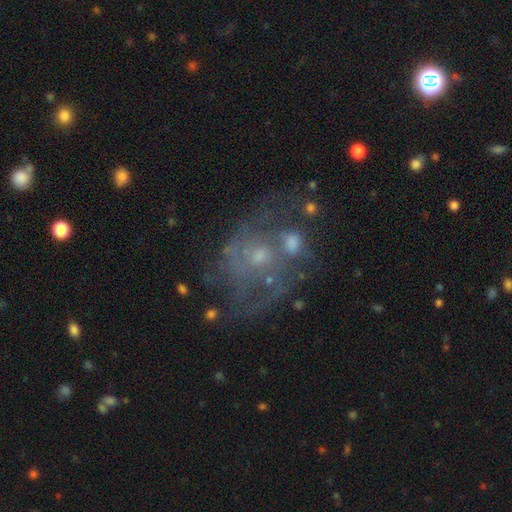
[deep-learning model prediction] Morphology: type=featured or disk (73%); edge-on=no (98%); bar=no (71%); spiral arms=yes (77%); winding=medium (41%, tied with tight); arm count=can't tell (39%); bulge=small (52%); merging=none (40%).